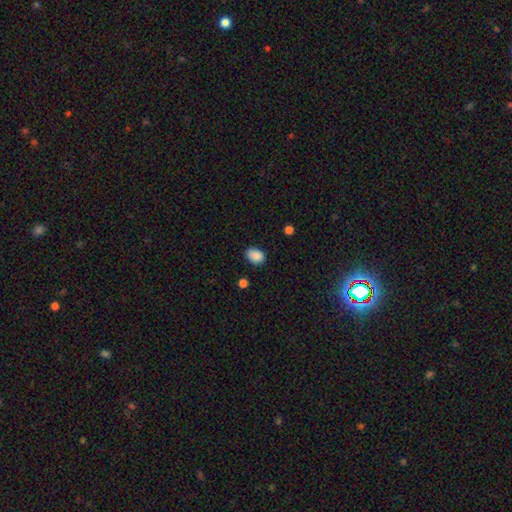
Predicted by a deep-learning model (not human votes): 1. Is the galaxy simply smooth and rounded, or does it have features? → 88% smooth, 9% star or artifact, 3% featured or disk.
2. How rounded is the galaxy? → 79% in between, 19% round, 1% cigar-shaped.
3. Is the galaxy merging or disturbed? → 79% none, 17% minor disturbance, 3% major disturbance, 2% merger.